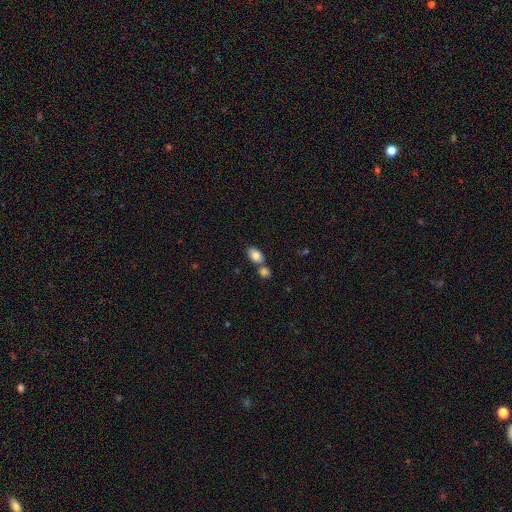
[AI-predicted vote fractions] smooth-or-featured: smooth: 81% | featured or disk: 11% | star or artifact: 8%
  how-rounded: in between: 89% | round: 10% | cigar-shaped: 2%
  merging: none: 51% | merger: 36% | minor disturbance: 10% | major disturbance: 3%